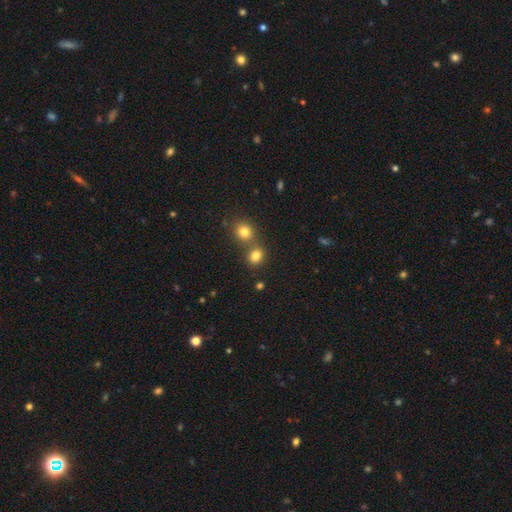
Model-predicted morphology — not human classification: A smooth galaxy with no disk features (80%) that is round (71%). Merging: none (57%).